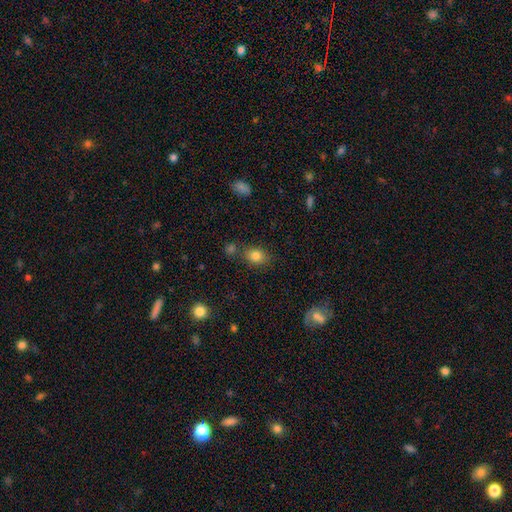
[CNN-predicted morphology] smooth 81%, star or artifact 11%, featured or disk 8%. Down the decision tree: how rounded — in between (62%); merging — none (71%).